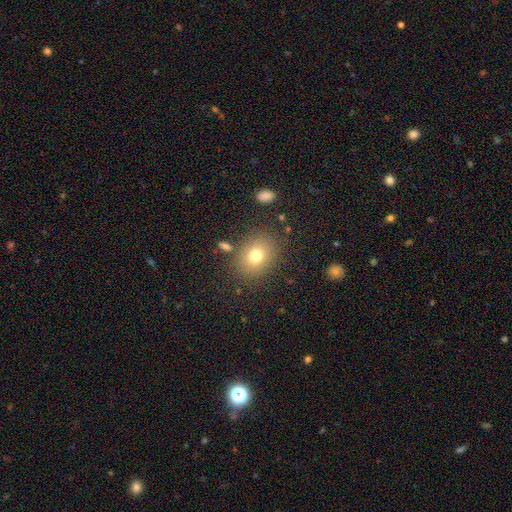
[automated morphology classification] smooth 75%, star or artifact 13%, featured or disk 12%. Down the decision tree: how rounded — in between (50%); merging — none (82%).